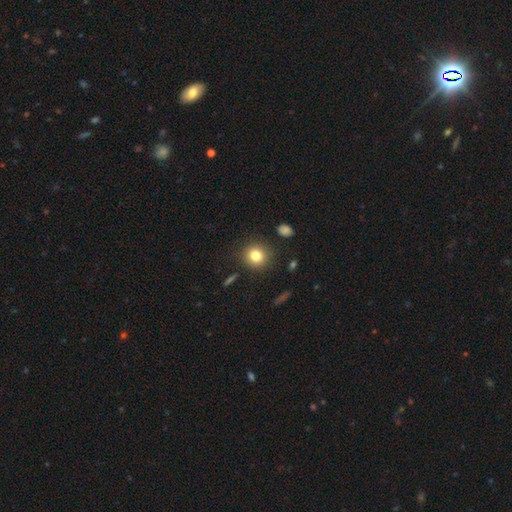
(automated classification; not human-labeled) Smooth or featured? Predicted: smooth (p=0.80). How rounded? Predicted: round (p=0.88). Merging? Predicted: none (p=0.88).